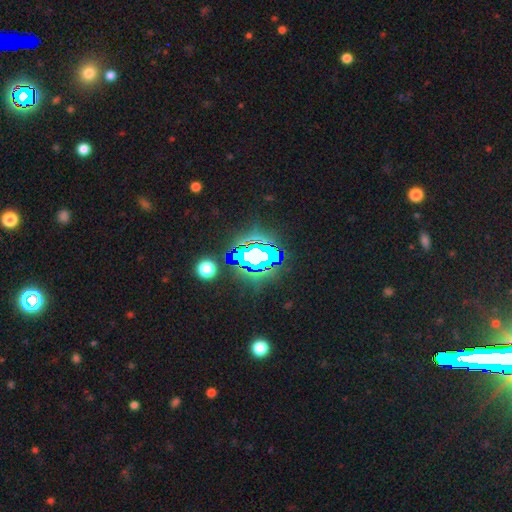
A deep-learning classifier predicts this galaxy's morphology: Smooth or featured? star or artifact (61%)